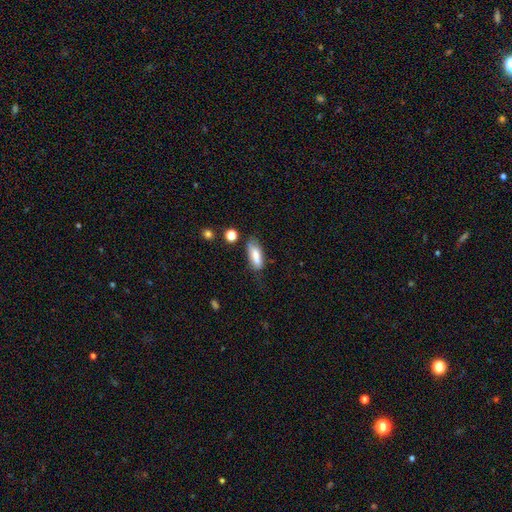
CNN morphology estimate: This appears to be a smooth galaxy with no disk features (78%) that is in between round and cigar-shaped (69%). Merging: none (58%).